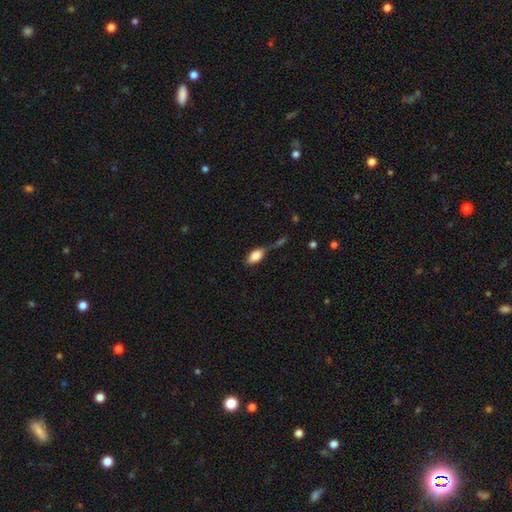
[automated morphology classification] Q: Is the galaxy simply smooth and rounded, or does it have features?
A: smooth — 81%.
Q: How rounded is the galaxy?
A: in between — 90%.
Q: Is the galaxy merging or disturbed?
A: none — 42%.